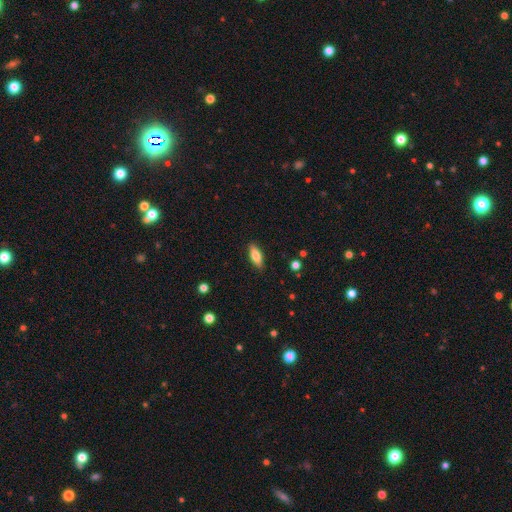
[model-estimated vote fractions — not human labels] smooth_or_featured: smooth (p=0.76) [alt: featured or disk p=0.18]
how_rounded: in between (p=0.67) [alt: cigar-shaped p=0.30]
merging: none (p=0.88) [alt: minor disturbance p=0.09]